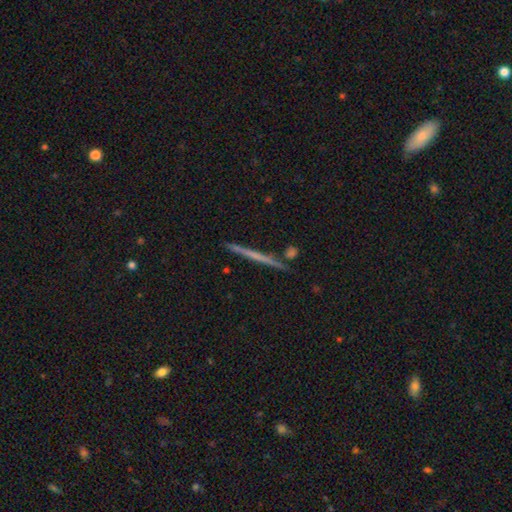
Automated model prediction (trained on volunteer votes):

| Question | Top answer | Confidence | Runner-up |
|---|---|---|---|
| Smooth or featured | featured or disk | 52% | smooth (41%) |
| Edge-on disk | yes | 97% | no (3%) |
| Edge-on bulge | none | 87% | rounded (9%) |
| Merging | none | 89% | minor disturbance (6%) |